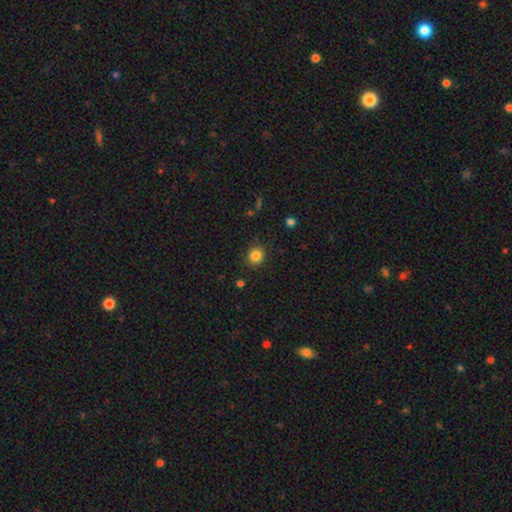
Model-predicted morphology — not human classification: smooth-or-featured: smooth: 84% | star or artifact: 11% | featured or disk: 5%
  how-rounded: round: 84% | in between: 15% | cigar-shaped: 1%
  merging: none: 87% | minor disturbance: 9% | major disturbance: 2% | merger: 1%